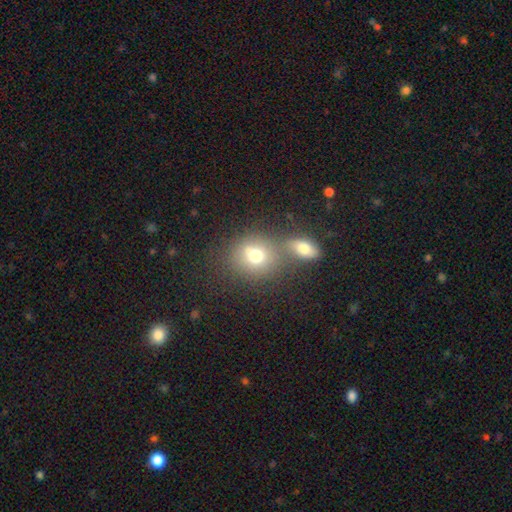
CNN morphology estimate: Smooth or featured? Predicted: smooth (p=0.72). How rounded? Predicted: round (p=0.69). Merging? Predicted: none (p=0.43).